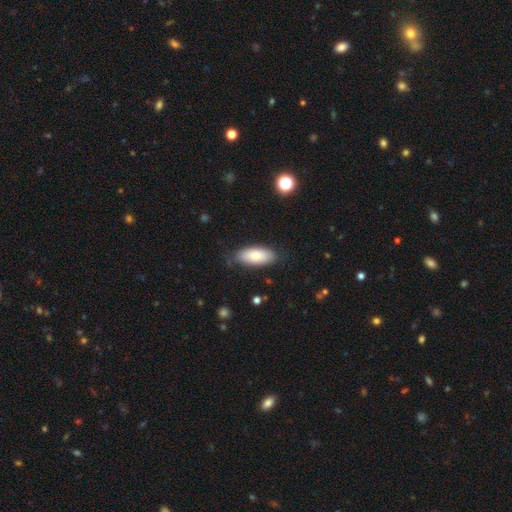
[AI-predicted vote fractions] Smooth or featured? smooth (81%)
How rounded? in between (88%)
Merging? none (77%)